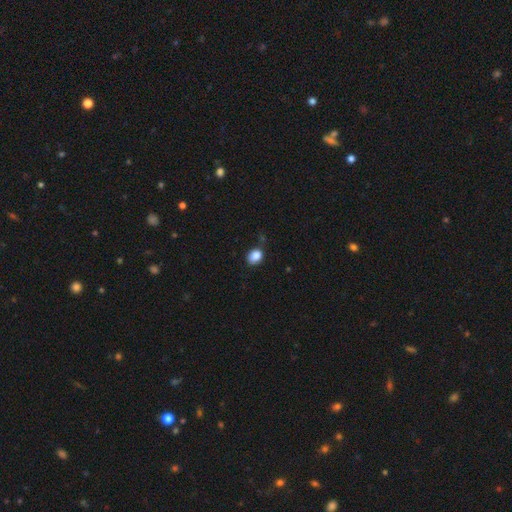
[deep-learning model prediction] Smooth or featured?
  - smooth: 86% *
  - star or artifact: 9%
  - featured or disk: 4%
How rounded?
  - in between: 58% *
  - round: 41%
  - cigar-shaped: 1%
Merging?
  - none: 71% *
  - minor disturbance: 21%
  - major disturbance: 4%
  - merger: 3%